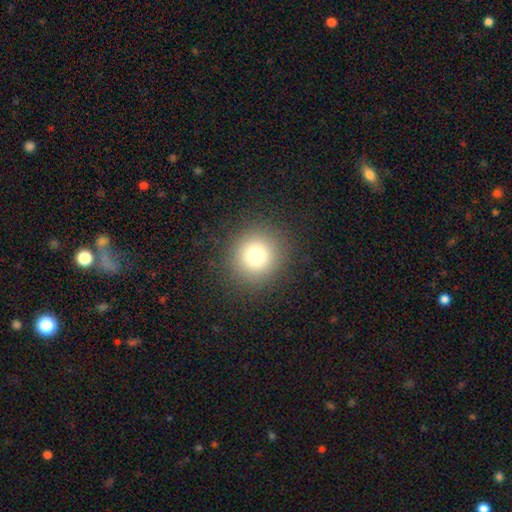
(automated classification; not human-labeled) Q: Smooth or featured?
A: smooth (76%); runner-up: star or artifact (14%)
Q: How rounded?
A: round (93%); runner-up: in between (6%)
Q: Merging?
A: none (89%); runner-up: minor disturbance (6%)